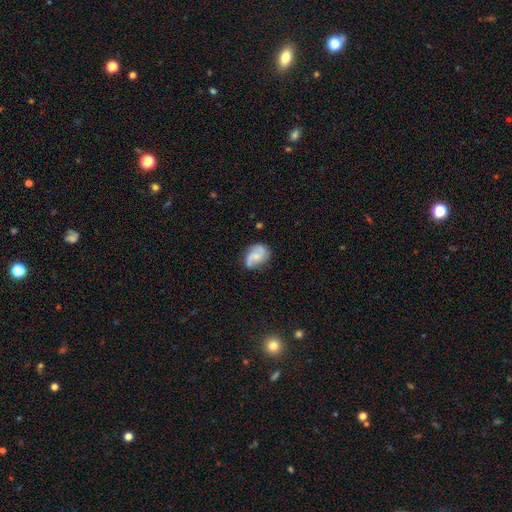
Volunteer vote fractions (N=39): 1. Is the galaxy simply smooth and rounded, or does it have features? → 82% featured or disk, 13% smooth, 5% star or artifact.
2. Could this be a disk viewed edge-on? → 100% no, 0% yes.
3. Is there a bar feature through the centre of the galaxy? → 50% no, 47% weak, 3% strong.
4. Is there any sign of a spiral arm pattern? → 94% yes, 6% no.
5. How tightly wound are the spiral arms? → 47% loose, 27% tight, 27% medium.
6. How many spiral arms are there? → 87% 2, 10% can't tell, 3% 1, 0% 3, 0% 4, 0% more than 4.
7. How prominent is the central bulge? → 56% small, 28% moderate, 16% none, 0% dominant, 0% large.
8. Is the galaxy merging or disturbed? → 57% none, 32% minor disturbance, 8% major disturbance, 3% merger.